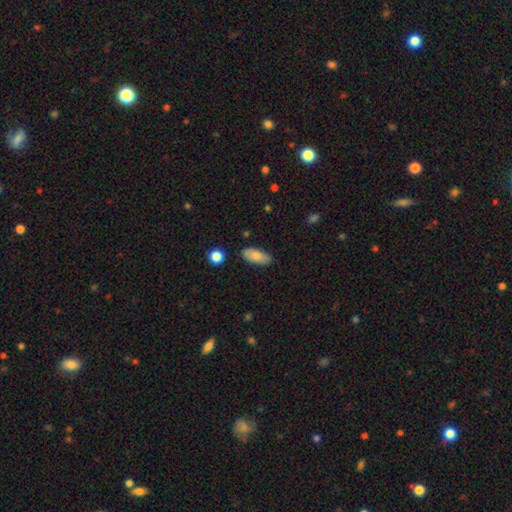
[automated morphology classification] Overall: smooth (82%). How rounded: in between (87%). Merging: none (83%).